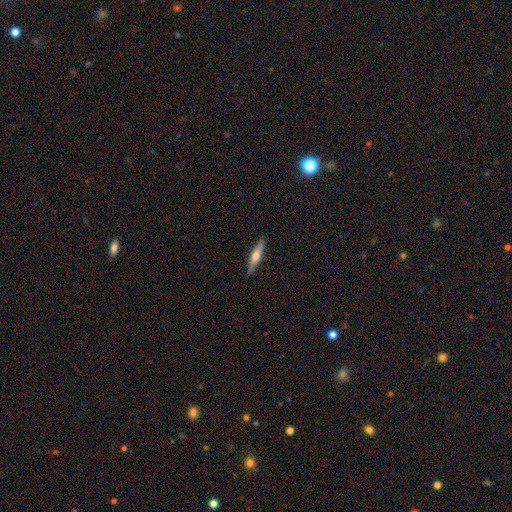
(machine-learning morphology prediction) smooth-or-featured: featured or disk: 52% | smooth: 42% | star or artifact: 6%
  disk-edge-on: yes: 94% | no: 6%
  merging: none: 90% | minor disturbance: 8% | major disturbance: 2% | merger: 1%